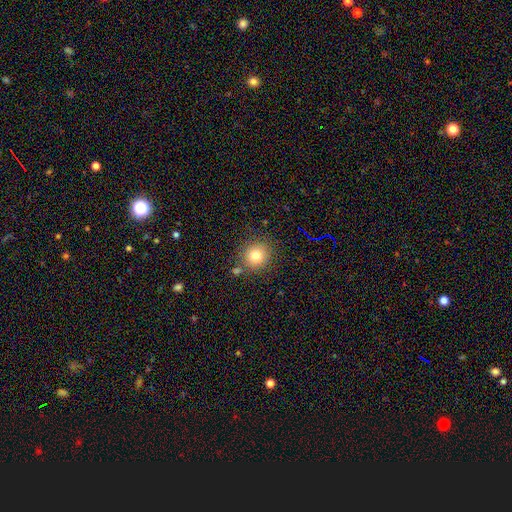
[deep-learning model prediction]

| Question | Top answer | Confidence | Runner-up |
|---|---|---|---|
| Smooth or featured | smooth | 79% | star or artifact (12%) |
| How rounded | round | 88% | in between (11%) |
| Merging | none | 81% | minor disturbance (10%) |